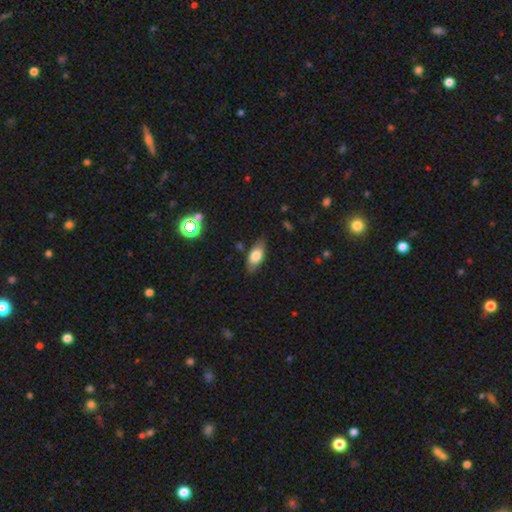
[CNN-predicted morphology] Q: Smooth or featured?
A: smooth (74%); runner-up: featured or disk (19%)
Q: How rounded?
A: in between (86%); runner-up: cigar-shaped (11%)
Q: Merging?
A: none (79%); runner-up: minor disturbance (16%)